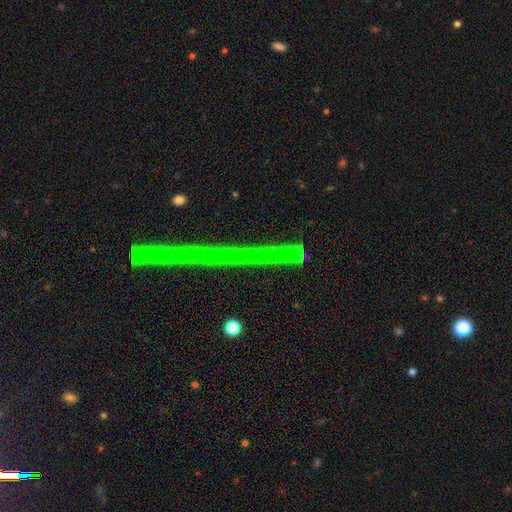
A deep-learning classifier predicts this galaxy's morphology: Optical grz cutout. It shows a star or artifact, not a galaxy (76%).